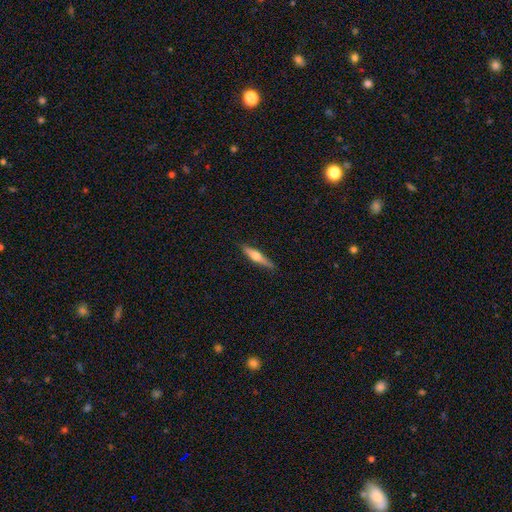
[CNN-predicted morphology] A featured or disk galaxy (53%) viewed edge-on (96%) with a rounded central bulge (90%).

Vote fractions:
- Smooth or featured? featured or disk: 53% / smooth: 42% / star or artifact: 6%
- Edge-on disk? yes: 96% / no: 4%
- Edge-on bulge? rounded: 90% / boxy: 6% / none: 4%
- Merging? none: 88% / minor disturbance: 9% / major disturbance: 2% / merger: 1%